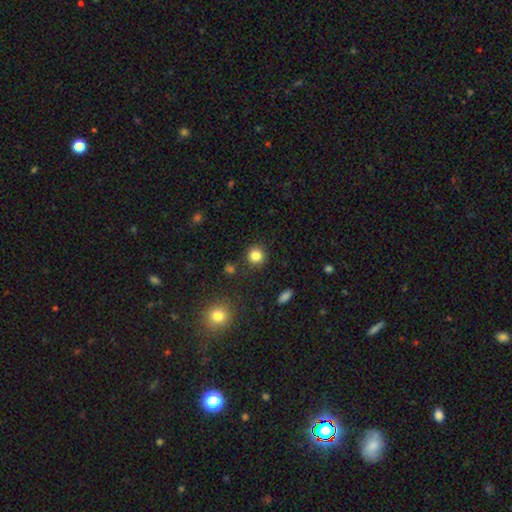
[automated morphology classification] The model was most divided on "smooth or featured": smooth: 84%, star or artifact: 12%, featured or disk: 5%. More confident: how rounded — round (92%); merging — none (89%).